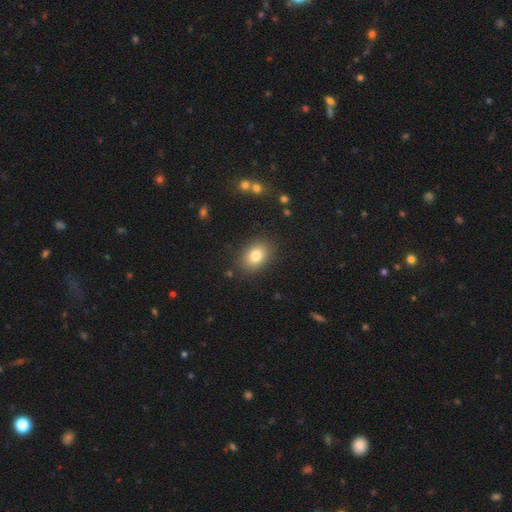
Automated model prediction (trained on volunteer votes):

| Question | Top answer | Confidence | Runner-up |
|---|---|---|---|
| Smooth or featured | smooth | 81% | star or artifact (10%) |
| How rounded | in between | 73% | round (26%) |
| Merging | none | 86% | minor disturbance (9%) |